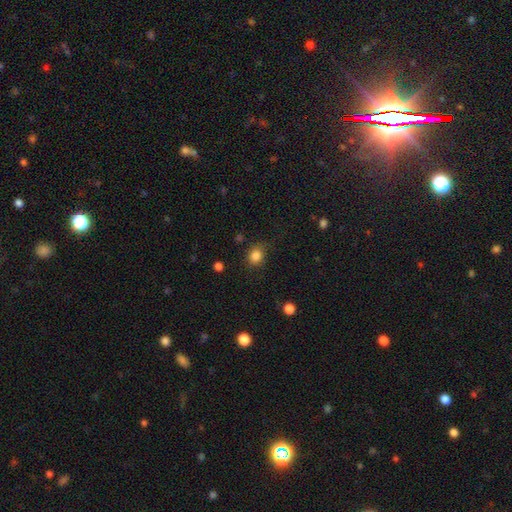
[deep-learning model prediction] Morphology: type=smooth (84%); roundness=round (67%); merging=none (75%).